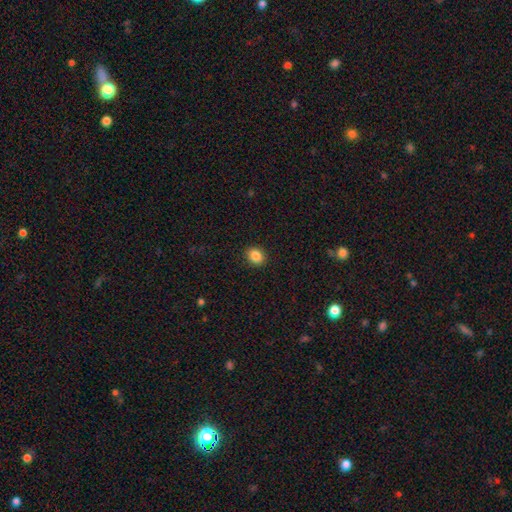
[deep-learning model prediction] smooth 86%, star or artifact 10%, featured or disk 4%. Down the decision tree: how rounded — round (64%); merging — none (91%).